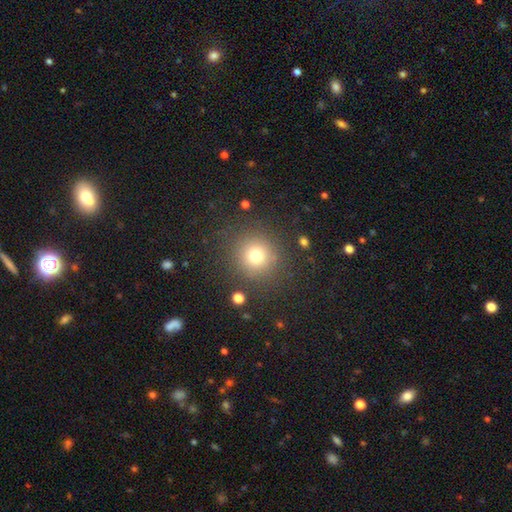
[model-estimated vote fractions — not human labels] Smooth or featured? Predicted: smooth (p=0.75). How rounded? Predicted: round (p=0.93). Merging? Predicted: none (p=0.86).